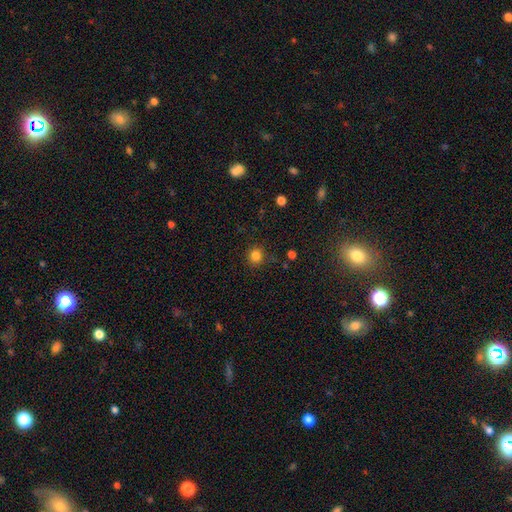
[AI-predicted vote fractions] This is clearly a smooth galaxy (83%). How rounded: clearly round (90%). Merging: clearly none (87%).